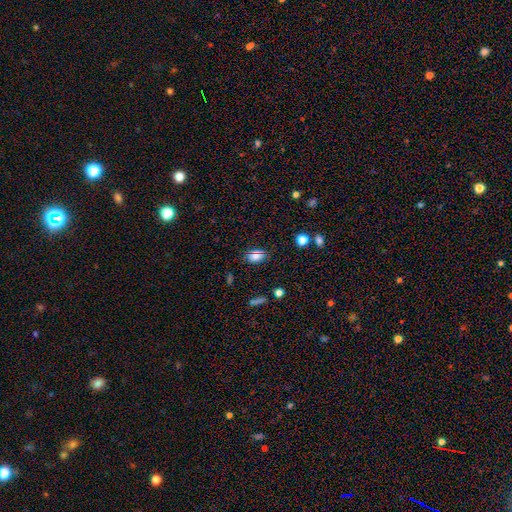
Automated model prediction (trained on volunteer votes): The model was most divided on "smooth or featured": smooth: 70%, star or artifact: 22%, featured or disk: 8%. More confident: merging — none (83%); how rounded — in between (79%).